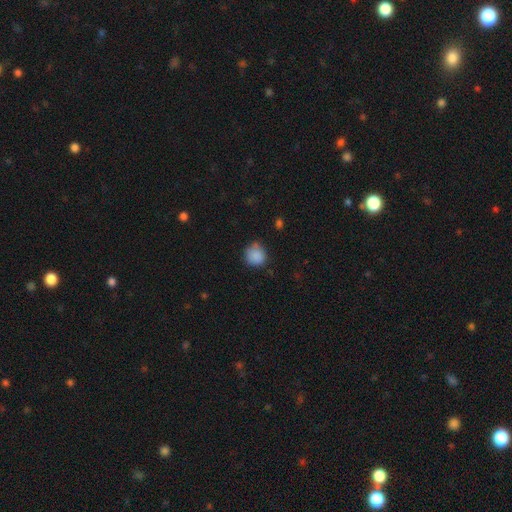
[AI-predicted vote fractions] This appears to be a smooth galaxy with no disk features (86%) that is round (88%). Merging: none (71%).